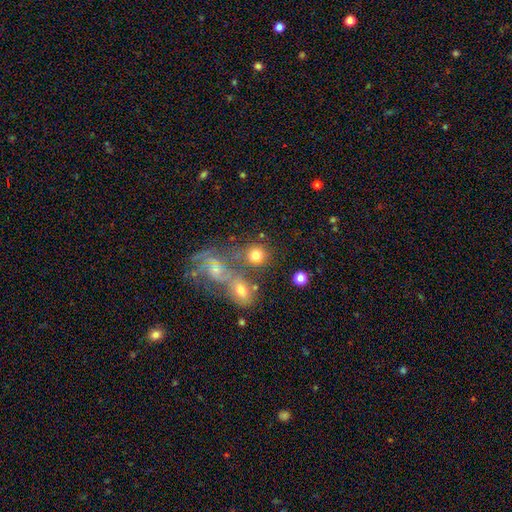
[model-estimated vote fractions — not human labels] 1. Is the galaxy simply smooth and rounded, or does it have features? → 71% smooth, 16% featured or disk, 13% star or artifact.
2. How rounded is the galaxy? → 81% round, 17% in between, 1% cigar-shaped.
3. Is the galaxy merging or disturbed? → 56% none, 25% merger, 12% minor disturbance, 7% major disturbance.